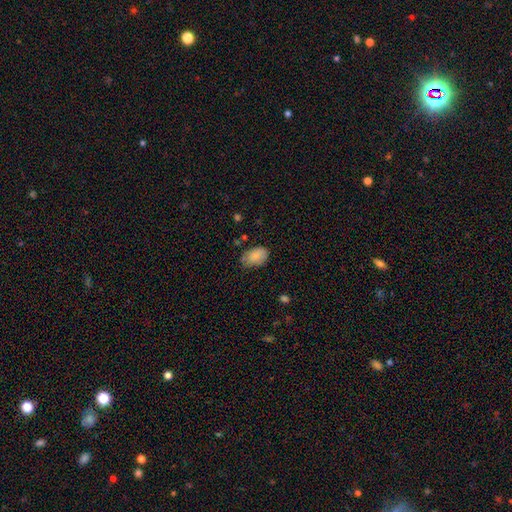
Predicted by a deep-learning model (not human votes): This is clearly a smooth galaxy (82%). How rounded: clearly in between (88%). Merging: likely none (68%).